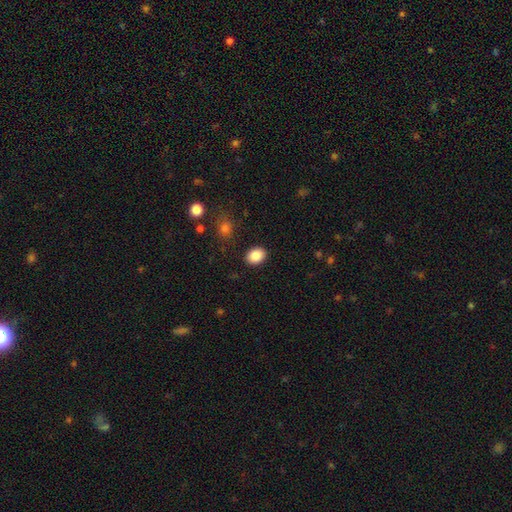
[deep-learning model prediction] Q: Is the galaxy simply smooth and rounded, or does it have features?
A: smooth — 87%.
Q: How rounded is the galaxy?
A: in between — 65%.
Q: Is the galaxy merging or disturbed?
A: none — 89%.